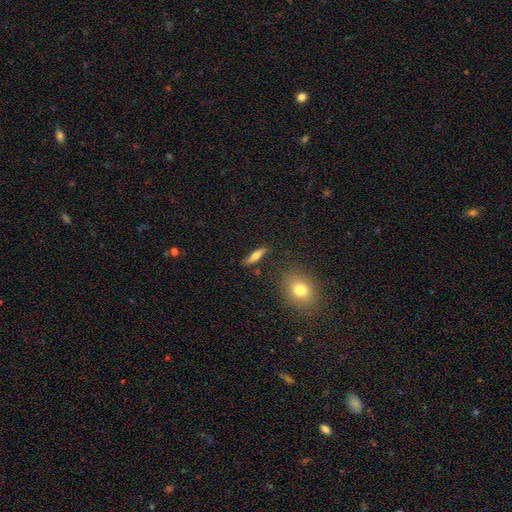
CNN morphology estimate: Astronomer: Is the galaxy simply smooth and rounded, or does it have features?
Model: smooth — 65%.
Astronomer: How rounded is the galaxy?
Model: cigar-shaped — 73%.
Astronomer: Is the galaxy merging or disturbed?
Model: none — 82%.